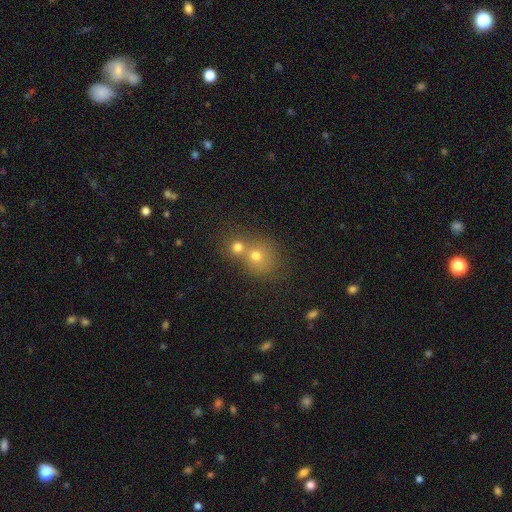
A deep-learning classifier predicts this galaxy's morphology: Smooth or featured? Predicted: smooth (p=0.61). How rounded? Predicted: round (p=0.81). Merging? Predicted: merger (p=0.46).